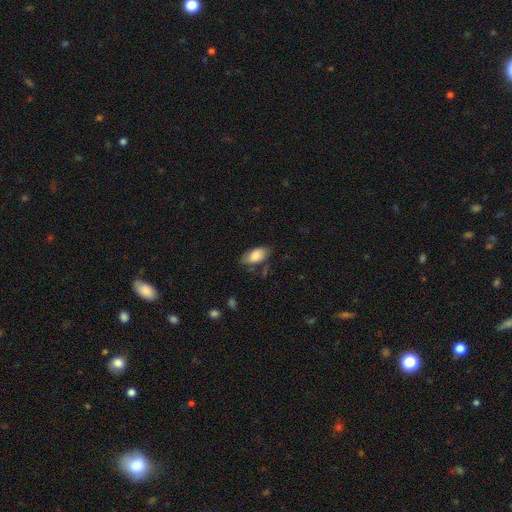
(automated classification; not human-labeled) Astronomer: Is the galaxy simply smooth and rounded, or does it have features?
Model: smooth — 82%.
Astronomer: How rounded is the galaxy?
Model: in between — 94%.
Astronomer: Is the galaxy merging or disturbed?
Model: none — 64%.